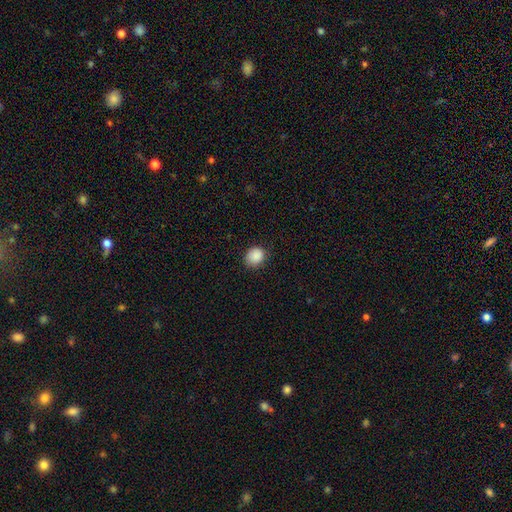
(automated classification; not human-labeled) Smooth or featured?
  - smooth: 89% *
  - star or artifact: 8%
  - featured or disk: 3%
How rounded?
  - round: 72% *
  - in between: 27%
  - cigar-shaped: 1%
Merging?
  - none: 81% *
  - minor disturbance: 15%
  - major disturbance: 3%
  - merger: 1%